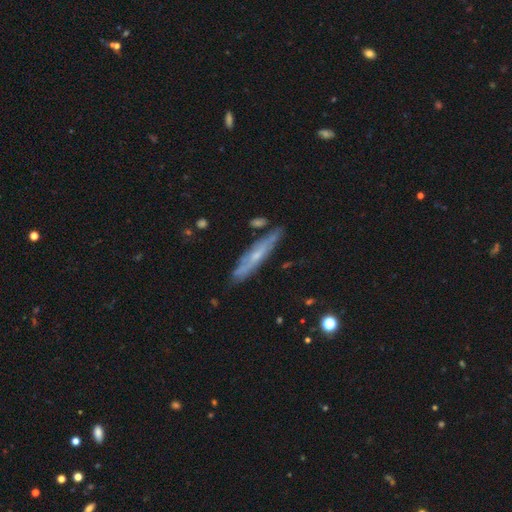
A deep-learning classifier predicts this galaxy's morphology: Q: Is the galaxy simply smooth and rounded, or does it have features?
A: featured or disk — 61%.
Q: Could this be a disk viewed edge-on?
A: yes — 74%.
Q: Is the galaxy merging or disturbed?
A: none — 80%.